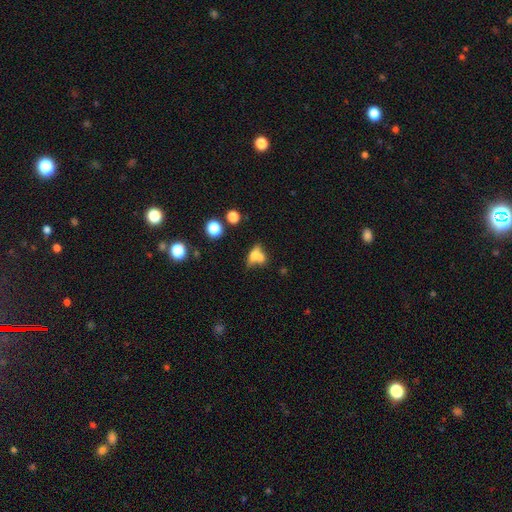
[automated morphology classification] smooth-or-featured: smooth: 60% | featured or disk: 27% | star or artifact: 13%
  how-rounded: in between: 61% | round: 25% | cigar-shaped: 14%
  merging: merger: 52% | none: 28% | minor disturbance: 11% | major disturbance: 9%